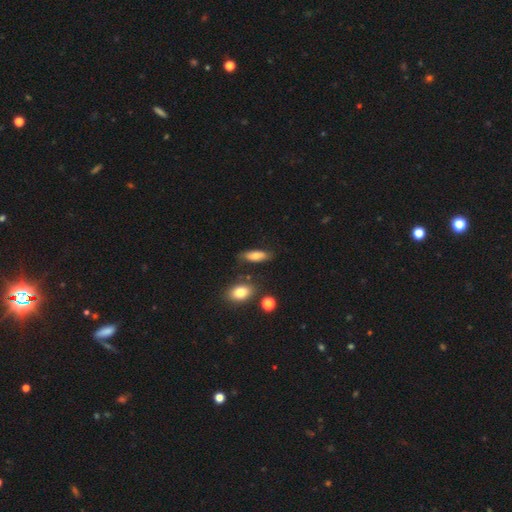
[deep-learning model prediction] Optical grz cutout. It shows a smooth galaxy with no disk features (74%) that is in between round and cigar-shaped (65%). Merging: none (72%).